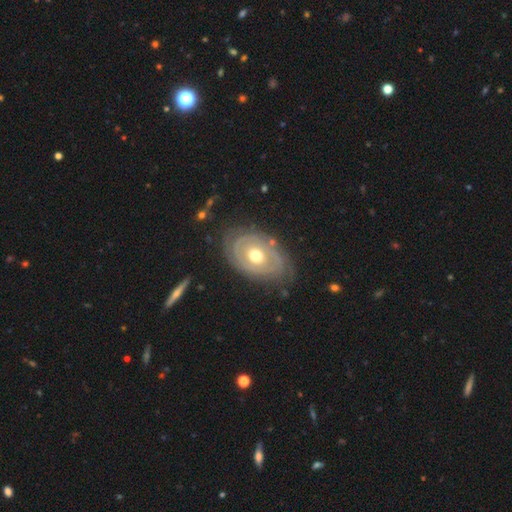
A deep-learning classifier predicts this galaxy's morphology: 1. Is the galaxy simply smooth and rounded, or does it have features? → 73% featured or disk, 22% smooth, 5% star or artifact.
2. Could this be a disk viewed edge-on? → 94% no, 6% yes.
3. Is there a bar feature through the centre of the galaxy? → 85% no, 11% weak, 4% strong.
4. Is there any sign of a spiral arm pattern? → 59% yes, 41% no.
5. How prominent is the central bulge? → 77% moderate, 13% small, 8% large, 1% dominant, 1% none.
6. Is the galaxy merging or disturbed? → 73% none, 18% minor disturbance, 7% major disturbance, 2% merger.